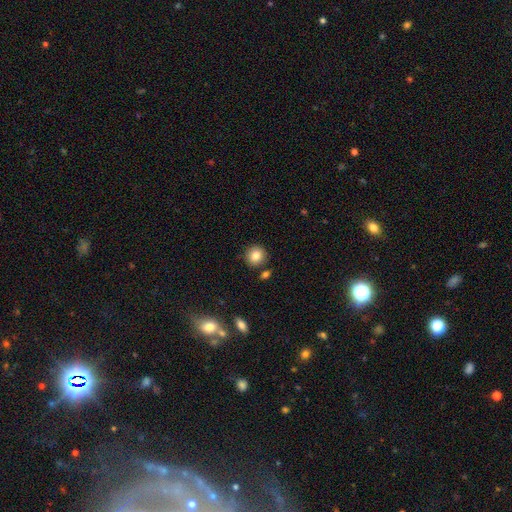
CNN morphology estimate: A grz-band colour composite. It shows a smooth galaxy with no disk features (84%) that is round (91%). Merging: none (84%).